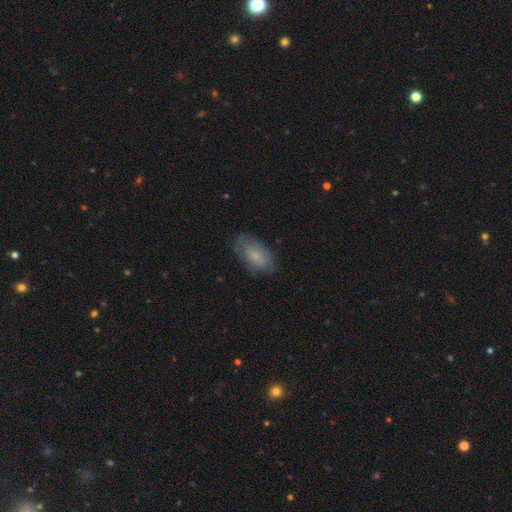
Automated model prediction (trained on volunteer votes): Q: Smooth or featured?
A: smooth (70%); runner-up: featured or disk (23%)
Q: How rounded?
A: in between (92%); runner-up: round (5%)
Q: Merging?
A: none (72%); runner-up: minor disturbance (21%)